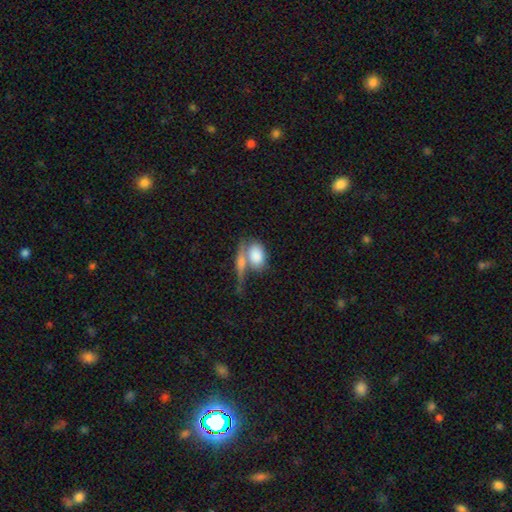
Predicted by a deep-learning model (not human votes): This is likely a smooth galaxy (78%). How rounded: clearly in between (80%). Merging: possibly merger (48%).